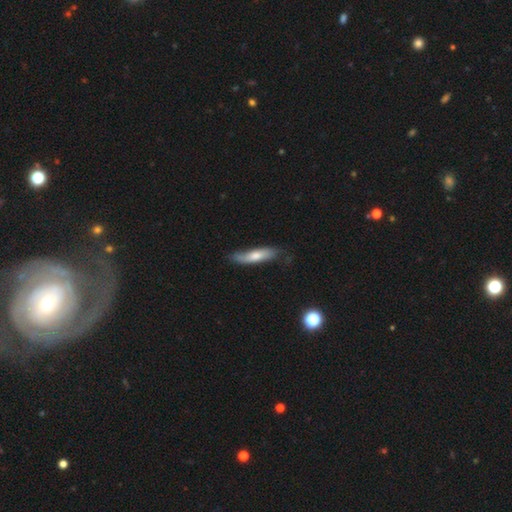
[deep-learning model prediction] smooth_or_featured: smooth (p=0.63) [alt: featured or disk p=0.31]
how_rounded: cigar-shaped (p=0.69) [alt: in between p=0.29]
merging: none (p=0.62) [alt: minor disturbance p=0.28]